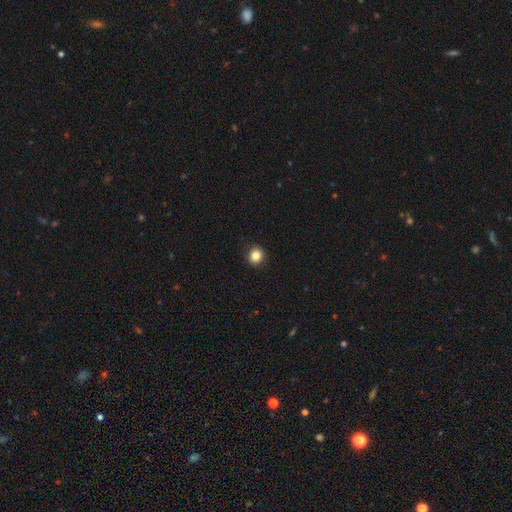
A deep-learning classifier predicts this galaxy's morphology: This is clearly a smooth galaxy (84%). How rounded: clearly round (89%). Merging: clearly none (92%).